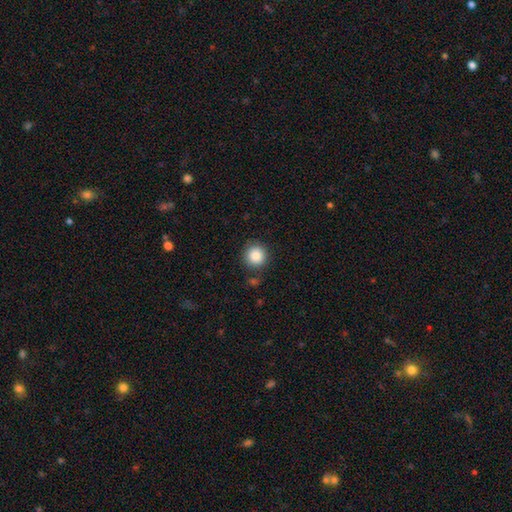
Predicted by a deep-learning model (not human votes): Morphology: type=smooth (86%); roundness=round (93%); merging=none (86%).